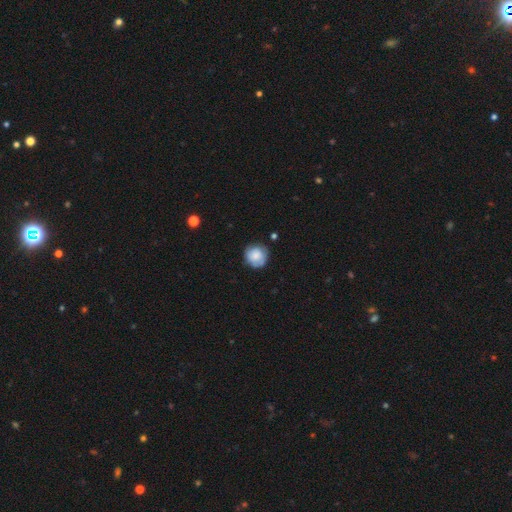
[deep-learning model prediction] This is likely a smooth galaxy (74%). How rounded: clearly round (91%). Merging: likely none (75%).